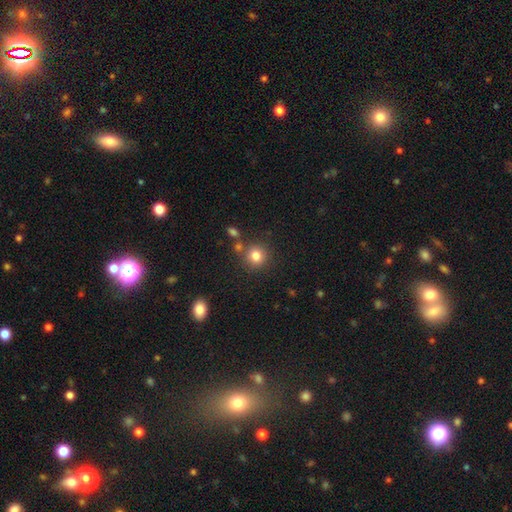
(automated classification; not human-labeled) Overall: smooth (80%). How rounded: round (90%). Merging: none (78%).